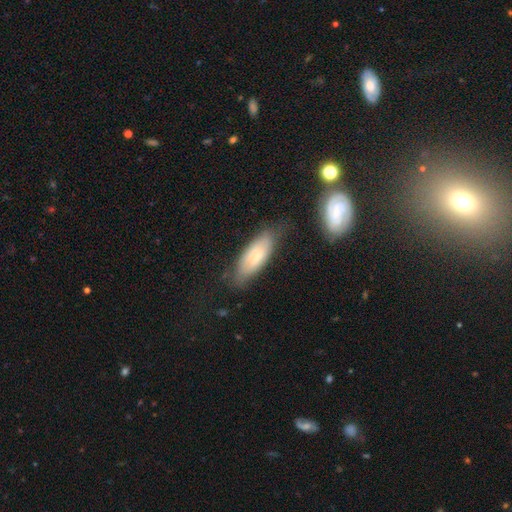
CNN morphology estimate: A smooth galaxy with no disk features (68%) that is in between round and cigar-shaped (72%). Merging: none (68%).